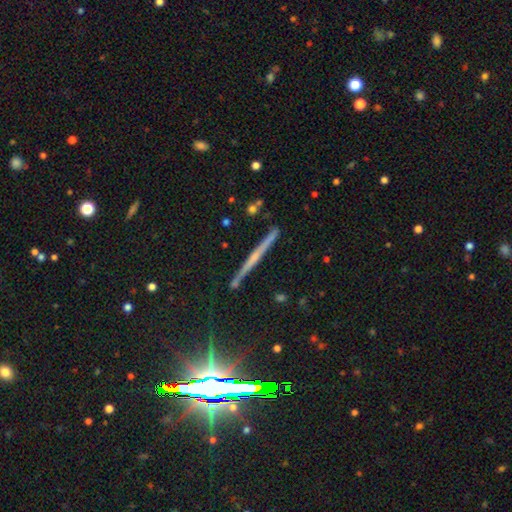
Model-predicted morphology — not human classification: featured or disk 63%, smooth 22%, star or artifact 15%. Down the decision tree: edge-on disk — yes (97%); edge-on bulge — none (55%); merging — none (89%).